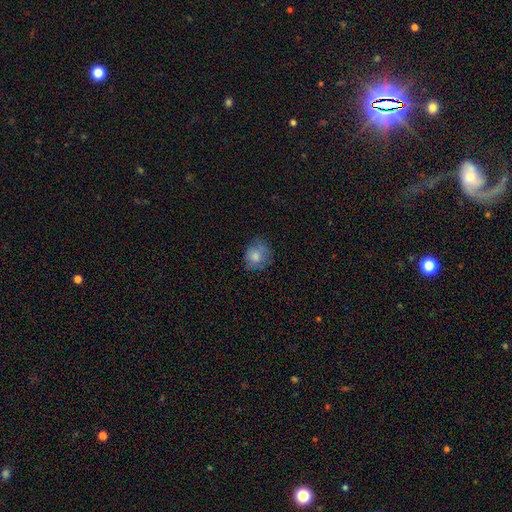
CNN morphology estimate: The model was most divided on "merging": none: 67%, minor disturbance: 24%, major disturbance: 7%, merger: 1%. More confident: smooth or featured — smooth (79%); how rounded — round (78%).